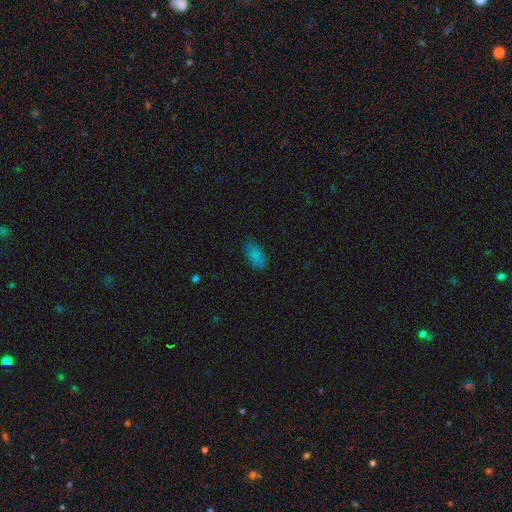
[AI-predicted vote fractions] This is clearly a smooth galaxy (83%). How rounded: clearly in between (91%). Merging: clearly none (80%).